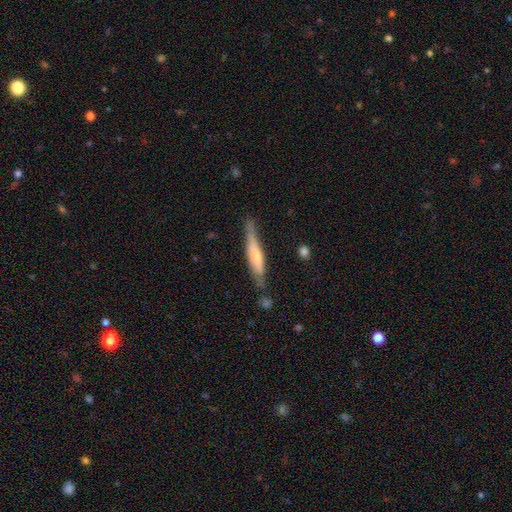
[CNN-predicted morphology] smooth 52%, featured or disk 42%, star or artifact 6%. Down the decision tree: how rounded — cigar-shaped (88%); merging — none (63%).